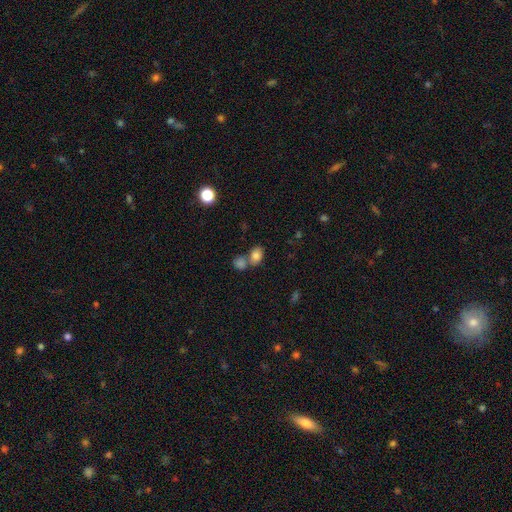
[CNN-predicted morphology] Smooth or featured?
  - smooth: 82% *
  - star or artifact: 11%
  - featured or disk: 8%
How rounded?
  - in between: 64% *
  - round: 34%
  - cigar-shaped: 1%
Merging?
  - none: 46% *
  - merger: 40%
  - minor disturbance: 10%
  - major disturbance: 4%